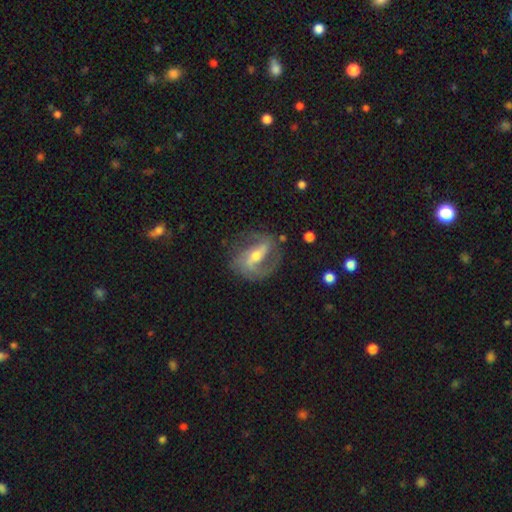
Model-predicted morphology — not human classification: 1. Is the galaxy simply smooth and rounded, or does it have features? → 84% featured or disk, 10% smooth, 6% star or artifact.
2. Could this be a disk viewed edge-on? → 95% no, 5% yes.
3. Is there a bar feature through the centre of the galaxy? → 46% strong, 37% weak, 17% no.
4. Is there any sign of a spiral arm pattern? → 93% yes, 7% no.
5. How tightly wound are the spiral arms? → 48% medium, 29% loose, 23% tight.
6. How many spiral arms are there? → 75% 2, 8% can't tell, 7% 1, 6% 3, 2% 4, 2% more than 4.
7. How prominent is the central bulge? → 59% moderate, 35% small, 4% large, 2% none, 1% dominant.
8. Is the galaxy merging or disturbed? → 68% none, 18% minor disturbance, 11% major disturbance, 2% merger.